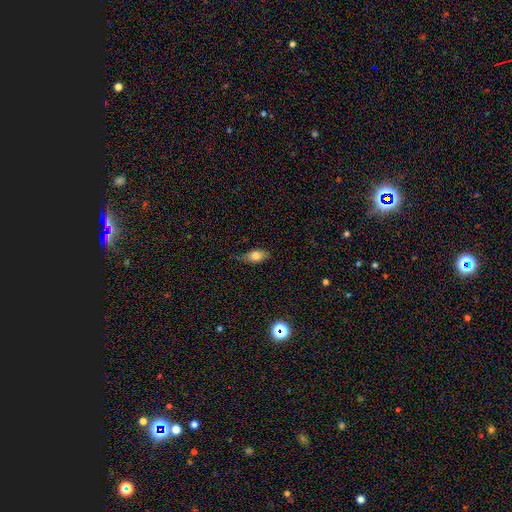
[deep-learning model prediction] Overall: smooth (73%). How rounded: in between (84%). Merging: none (68%).